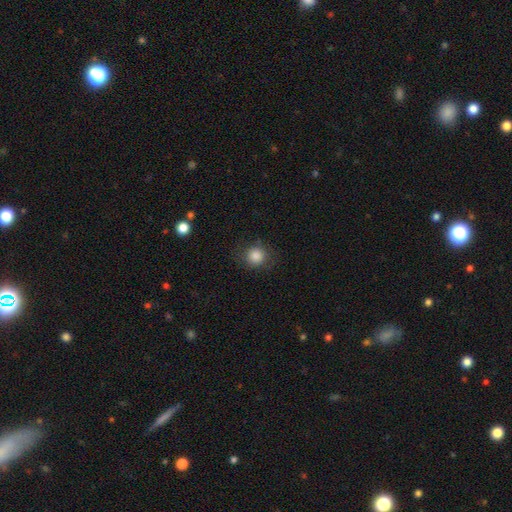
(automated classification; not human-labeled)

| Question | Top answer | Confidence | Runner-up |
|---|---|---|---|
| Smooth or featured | smooth | 85% | star or artifact (10%) |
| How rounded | round | 89% | in between (10%) |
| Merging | none | 82% | minor disturbance (12%) |